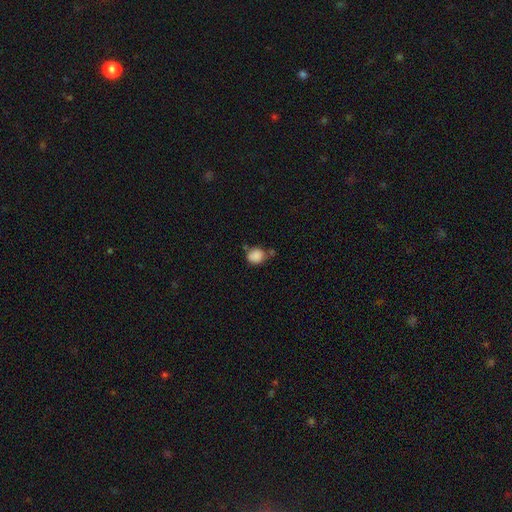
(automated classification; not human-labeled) The model was most divided on "merging": none: 55%, minor disturbance: 24%, merger: 14%, major disturbance: 6%. More confident: smooth or featured — smooth (86%); how rounded — round (69%).